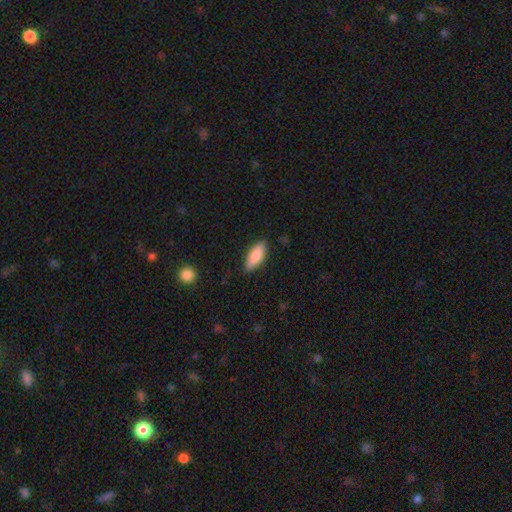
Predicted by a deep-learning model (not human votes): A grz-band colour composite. It shows a smooth galaxy with no disk features (83%) that is in between round and cigar-shaped (68%). Merging: none (84%).